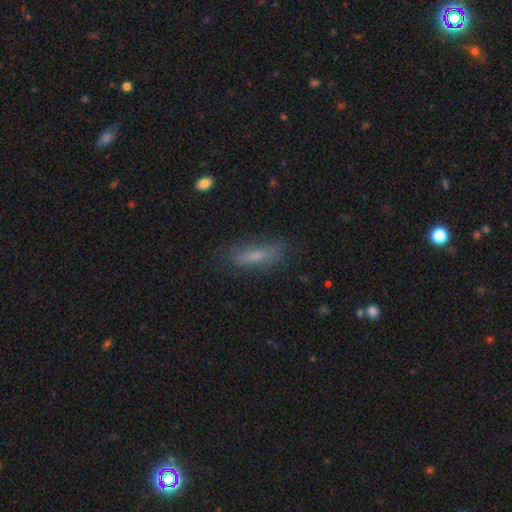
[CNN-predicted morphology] Smooth or featured? smooth (68%)
How rounded? cigar-shaped (61%)
Merging? none (76%)